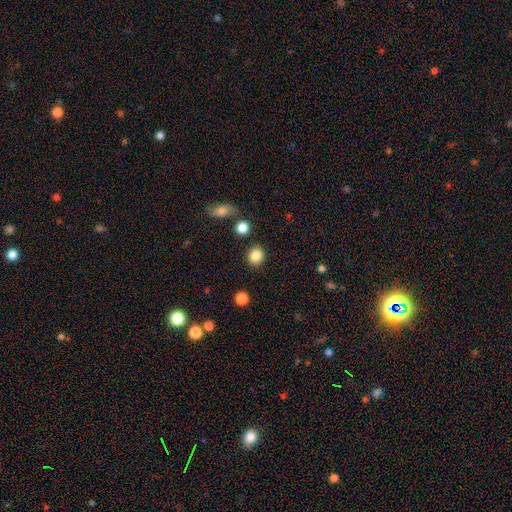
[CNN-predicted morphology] smooth 86%, star or artifact 9%, featured or disk 4%. Down the decision tree: how rounded — round (77%); merging — none (87%).